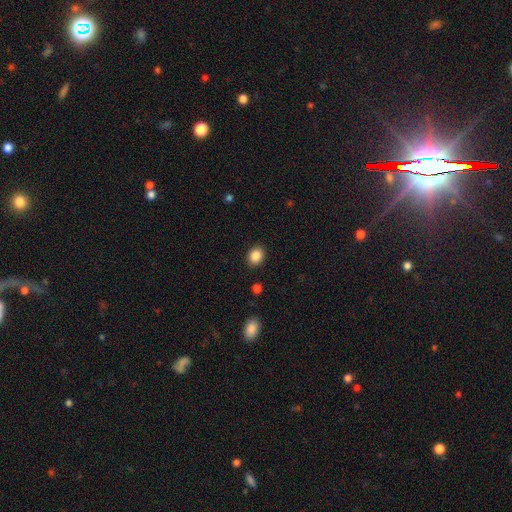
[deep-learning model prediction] Overall: smooth (87%). How rounded: round (50%; in between 49%). Merging: none (90%).